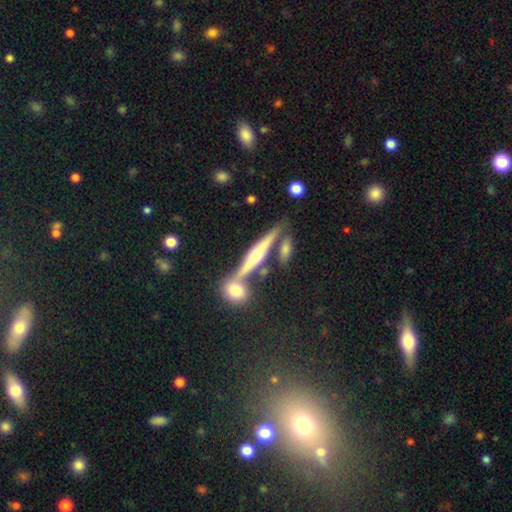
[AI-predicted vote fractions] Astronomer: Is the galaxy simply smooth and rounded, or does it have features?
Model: featured or disk — 72%.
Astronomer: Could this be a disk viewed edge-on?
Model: yes — 96%.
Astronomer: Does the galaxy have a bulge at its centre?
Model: rounded — 90%.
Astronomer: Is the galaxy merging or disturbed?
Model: none — 70%.